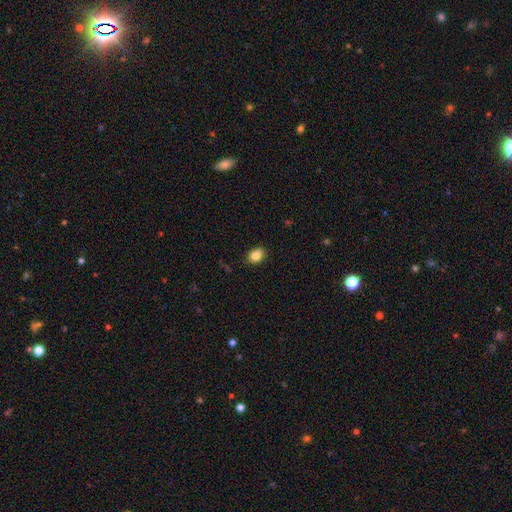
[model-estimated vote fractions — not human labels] Smooth or featured: smooth — 86% (star or artifact — 9%)
How rounded: in between — 72% (round — 27%)
Merging: none — 86% (minor disturbance — 10%)